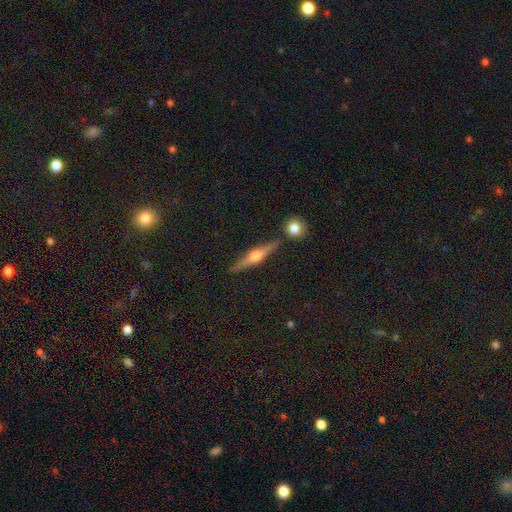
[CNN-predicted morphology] This is likely a featured or disk galaxy (74%). It is clearly viewed edge-on (97%). Edge-on bulge: clearly rounded (93%). Merging: clearly none (86%).